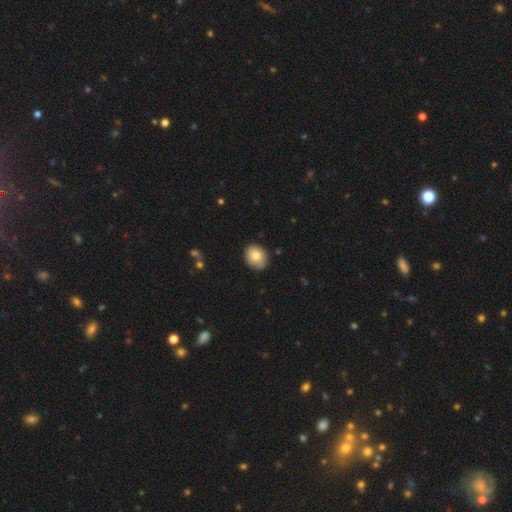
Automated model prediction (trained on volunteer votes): Q: Smooth or featured?
A: smooth (80%); runner-up: featured or disk (12%)
Q: How rounded?
A: round (51%); runner-up: in between (48%)
Q: Merging?
A: none (78%); runner-up: minor disturbance (18%)